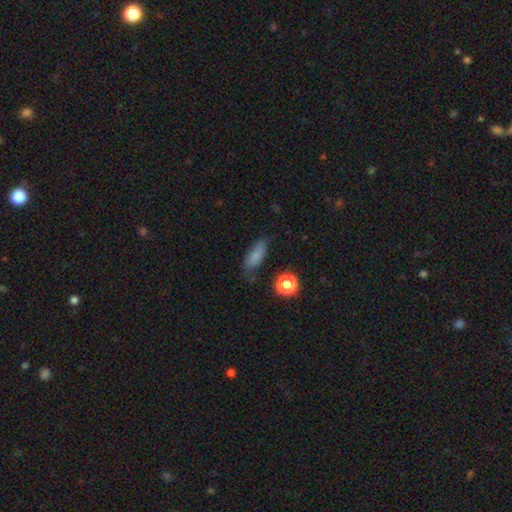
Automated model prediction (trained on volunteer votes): The model was most divided on "how rounded": in between: 63%, cigar-shaped: 31%, round: 5%. More confident: smooth or featured — smooth (80%); merging — none (69%).